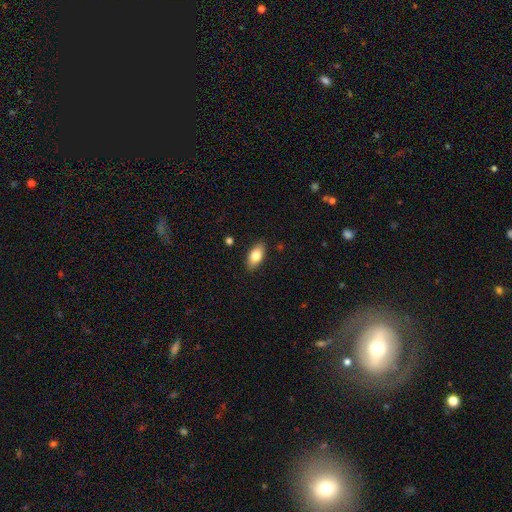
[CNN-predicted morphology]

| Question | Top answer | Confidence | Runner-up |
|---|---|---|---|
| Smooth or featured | smooth | 80% | featured or disk (13%) |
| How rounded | in between | 90% | cigar-shaped (6%) |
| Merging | none | 87% | minor disturbance (9%) |